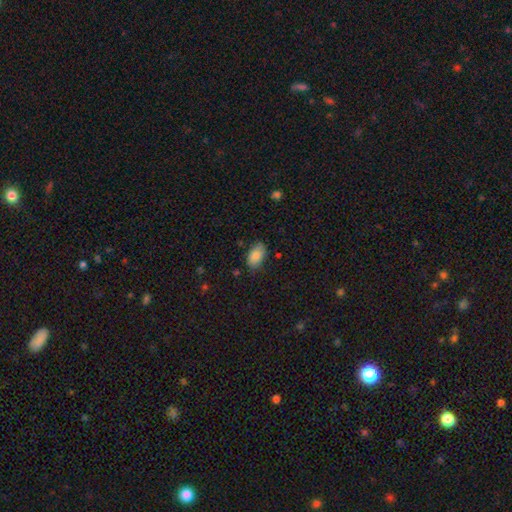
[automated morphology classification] Smooth or featured?
  - smooth: 85% *
  - featured or disk: 8%
  - star or artifact: 7%
How rounded?
  - in between: 93% *
  - round: 5%
  - cigar-shaped: 2%
Merging?
  - none: 79% *
  - minor disturbance: 17%
  - major disturbance: 3%
  - merger: 2%